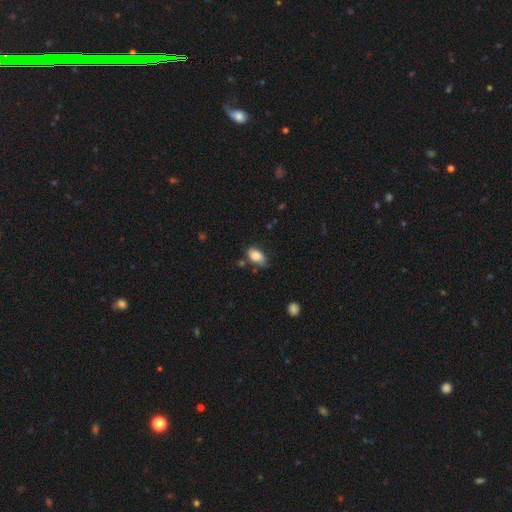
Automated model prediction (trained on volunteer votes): Overall: smooth (84%). How rounded: in between (91%). Merging: none (65%; minor disturbance 26%).